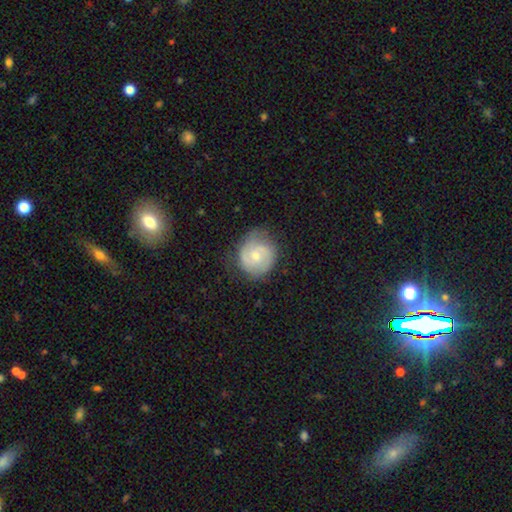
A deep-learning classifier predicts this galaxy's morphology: smooth-or-featured: featured or disk: 68% | smooth: 26% | star or artifact: 6%
  disk-edge-on: no: 98% | yes: 2%
    bar: no: 61% | weak: 34% | strong: 5%
    has-spiral-arms: yes: 90% | no: 10%
      spiral-winding: tight: 45% | medium: 42% | loose: 13%
      spiral-arm-count: 2: 72% | can't tell: 15% | 3: 6% | 1: 3% | 4: 2% | more than 4: 2%
    bulge-size: moderate: 48% | small: 47% | large: 2% | none: 2% | dominant: 1%
  merging: none: 71% | minor disturbance: 21% | major disturbance: 7% | merger: 1%